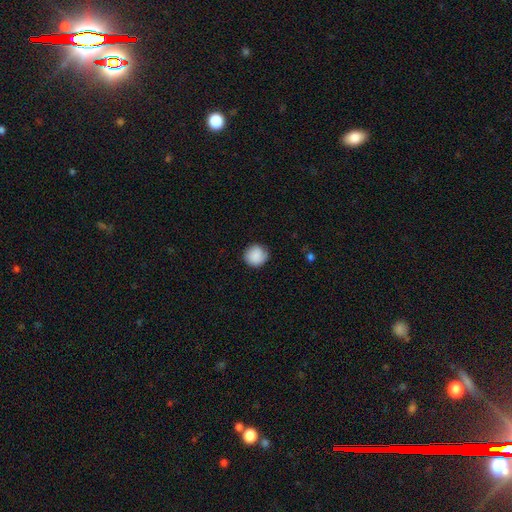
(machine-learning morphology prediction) smooth-or-featured: smooth: 87% | star or artifact: 7% | featured or disk: 6%
  how-rounded: round: 92% | in between: 8% | cigar-shaped: 1%
  merging: none: 82% | minor disturbance: 14% | major disturbance: 3% | merger: 1%